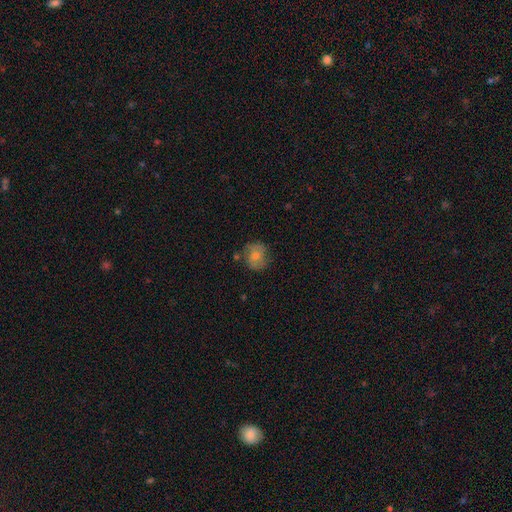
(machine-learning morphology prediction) Smooth or featured? smooth (63%)
How rounded? round (76%)
Merging? none (66%)